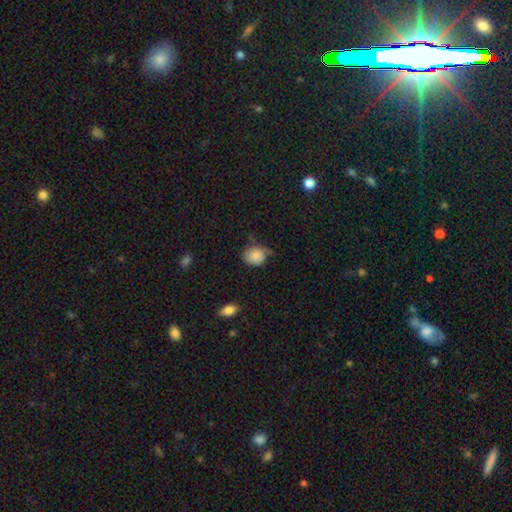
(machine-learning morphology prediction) Smooth or featured? smooth (81%)
How rounded? round (59%)
Merging? none (46%)